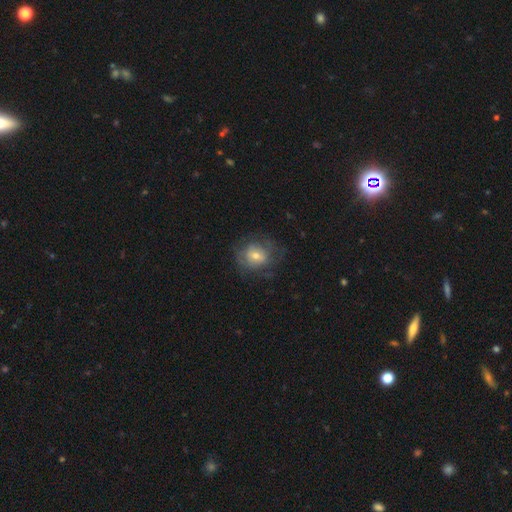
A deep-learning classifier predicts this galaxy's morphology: The model was most divided on "smooth or featured": smooth: 46%, featured or disk: 43%, star or artifact: 11%. More confident: merging — none (67%).